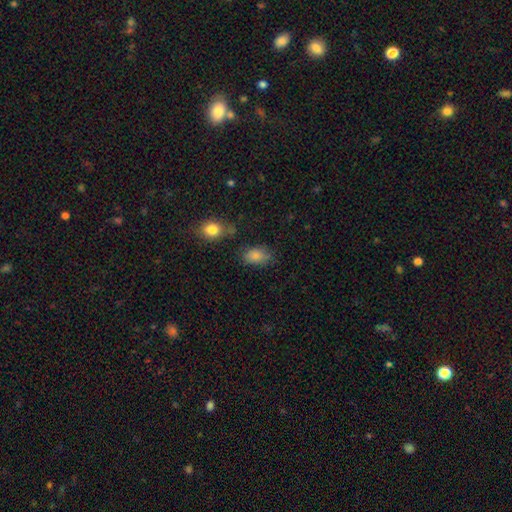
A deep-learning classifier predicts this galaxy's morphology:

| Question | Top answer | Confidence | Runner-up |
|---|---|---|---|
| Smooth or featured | smooth | 84% | star or artifact (10%) |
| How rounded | in between | 88% | round (10%) |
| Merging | none | 67% | minor disturbance (21%) |